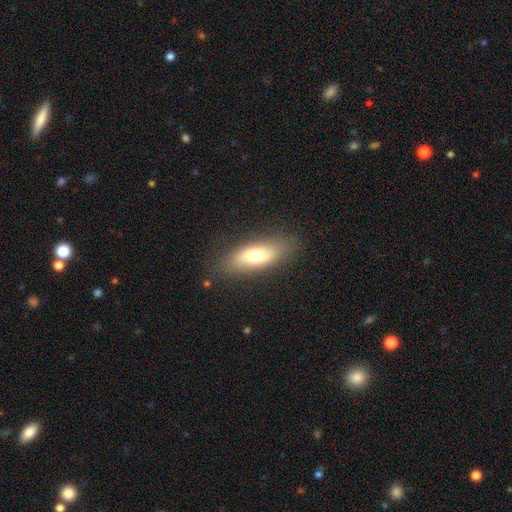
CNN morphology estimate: This appears to be a smooth galaxy with no disk features (69%) that is in between round and cigar-shaped (67%). Merging: none (81%).